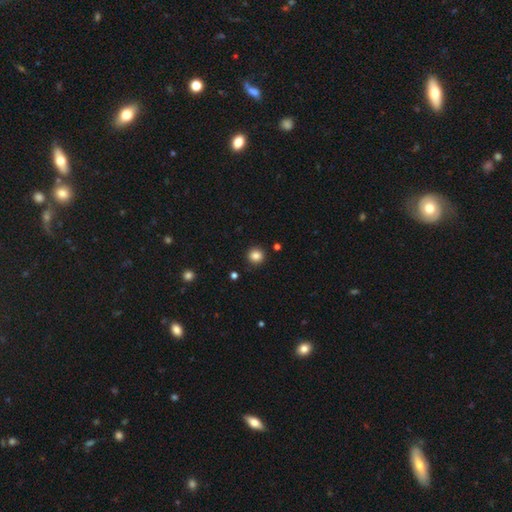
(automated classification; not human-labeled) Smooth or featured: smooth — 85% (star or artifact — 11%)
How rounded: round — 94% (in between — 6%)
Merging: none — 92% (minor disturbance — 5%)